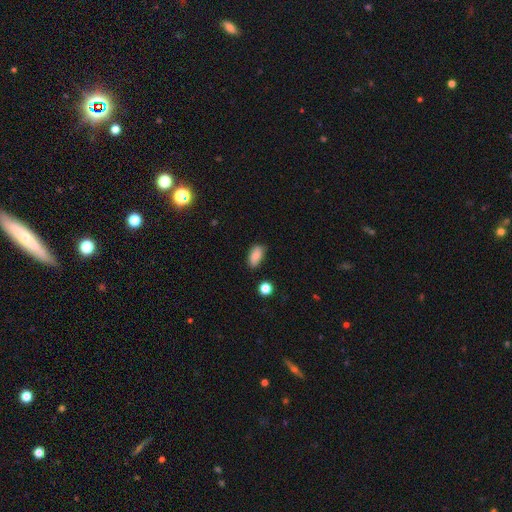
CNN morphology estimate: This is clearly a smooth galaxy (85%). How rounded: clearly in between (89%). Merging: likely none (79%).